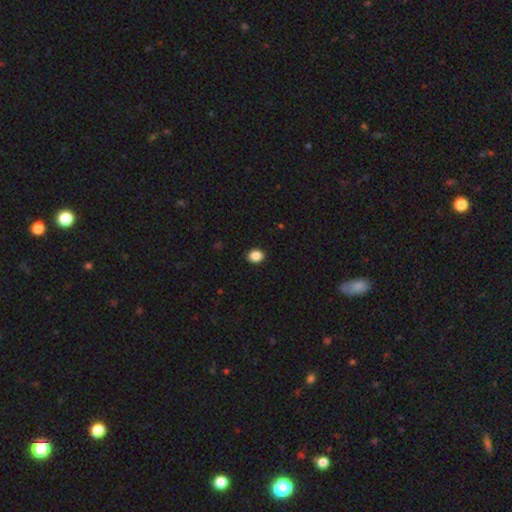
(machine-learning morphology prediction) Smooth or featured? Predicted: smooth (p=0.87). How rounded? Predicted: in between (p=0.55). Merging? Predicted: none (p=0.91).